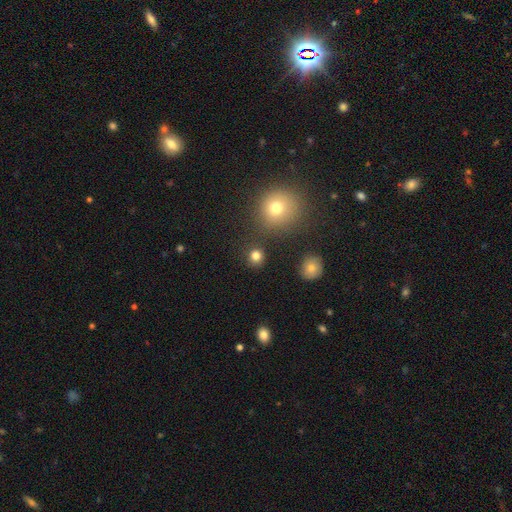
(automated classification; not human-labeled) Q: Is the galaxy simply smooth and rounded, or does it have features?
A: smooth — 80%.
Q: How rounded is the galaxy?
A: round — 89%.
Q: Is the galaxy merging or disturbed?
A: none — 86%.